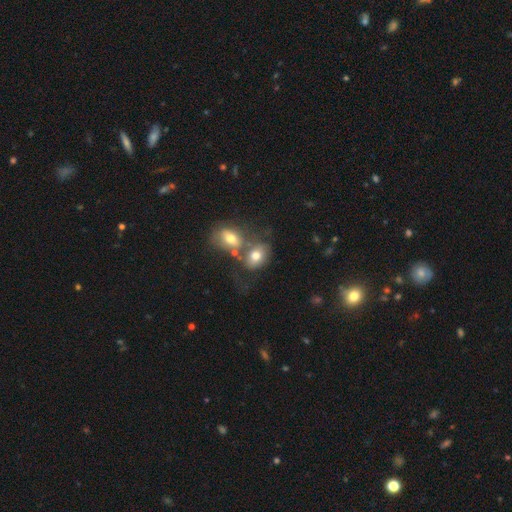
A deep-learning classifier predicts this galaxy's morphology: This appears to be a smooth galaxy with no disk features (72%) that is in between round and cigar-shaped (72%). Merging: merger (51%).